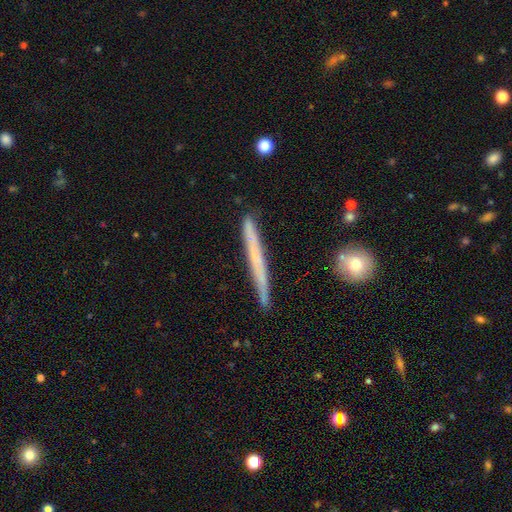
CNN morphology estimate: featured or disk 48%, smooth 46%, star or artifact 6%. Down the decision tree: merging — none (86%).